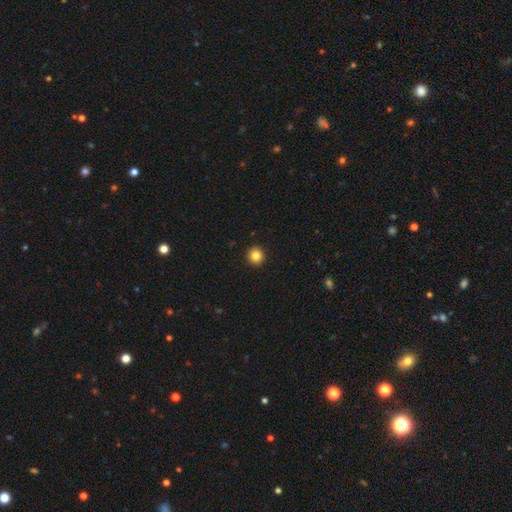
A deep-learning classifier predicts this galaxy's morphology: Smooth or featured? smooth (84%)
How rounded? round (95%)
Merging? none (94%)